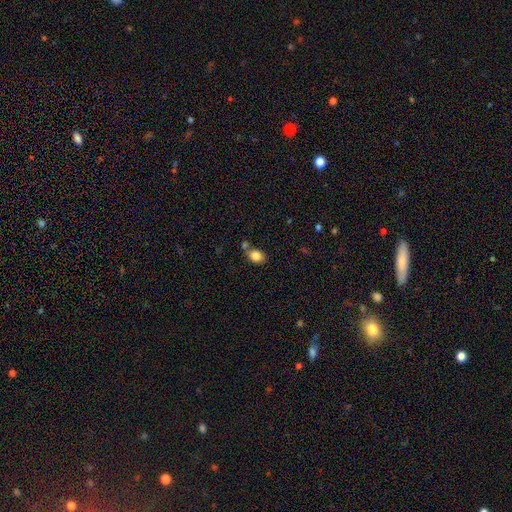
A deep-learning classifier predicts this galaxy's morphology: This is clearly a smooth galaxy (83%). How rounded: possibly in between (53%). Merging: possibly none (55%).